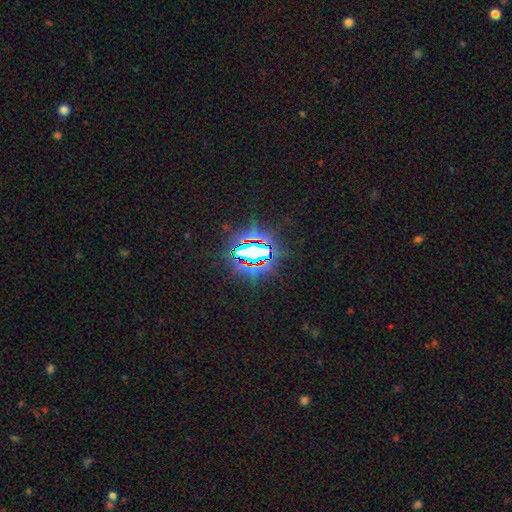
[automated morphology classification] A star or artifact, not a galaxy (74%).

Vote fractions:
- Smooth or featured? star or artifact: 74% / smooth: 15% / featured or disk: 11%